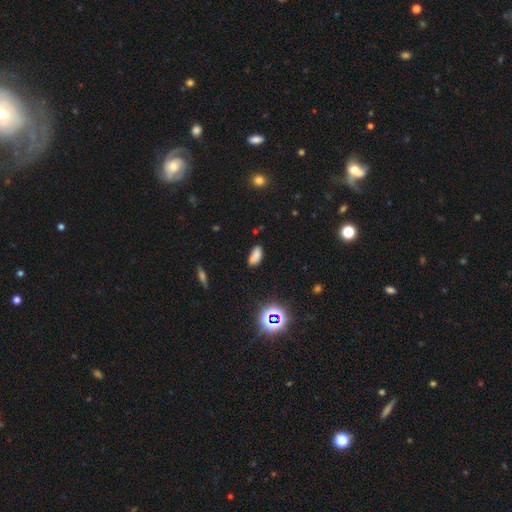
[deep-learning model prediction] This appears to be a smooth galaxy with no disk features (75%) that is in between round and cigar-shaped (90%). Merging: none (74%).